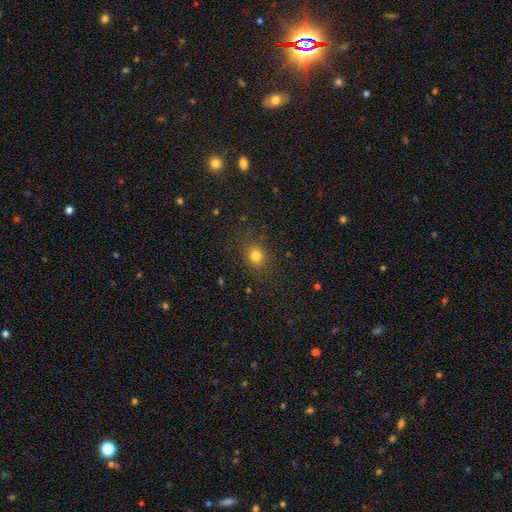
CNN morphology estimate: Smooth or featured: smooth — 79% (star or artifact — 15%)
How rounded: round — 65% (in between — 33%)
Merging: none — 84% (minor disturbance — 11%)